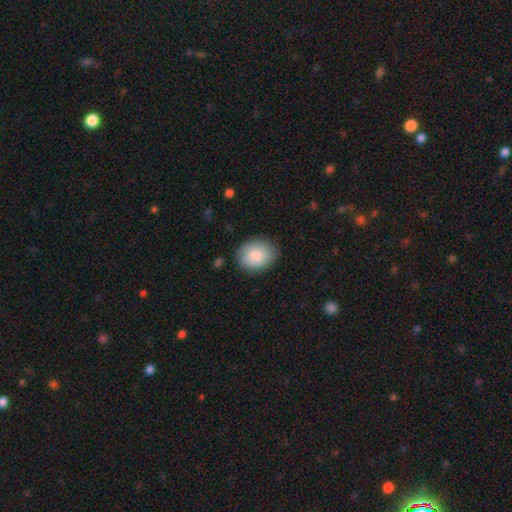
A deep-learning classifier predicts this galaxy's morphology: This is clearly a smooth galaxy (85%). How rounded: possibly in between (59%). Merging: clearly none (82%).